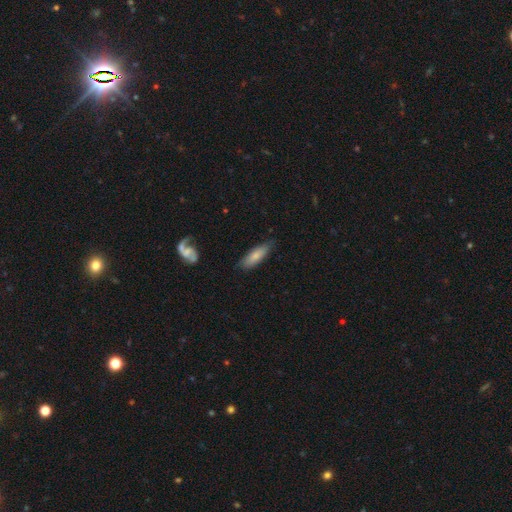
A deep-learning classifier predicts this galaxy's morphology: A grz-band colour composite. It shows a smooth galaxy with no disk features (76%) that is in between round and cigar-shaped (52%). Merging: none (76%).